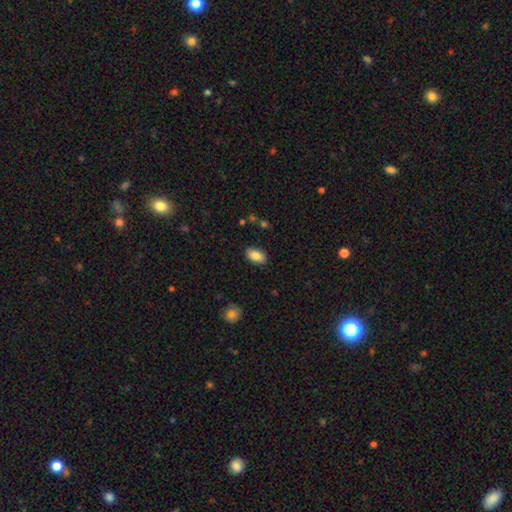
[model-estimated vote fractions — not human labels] The model was most divided on "merging": none: 87%, minor disturbance: 9%, major disturbance: 2%, merger: 1%. More confident: how rounded — in between (93%); smooth or featured — smooth (86%).